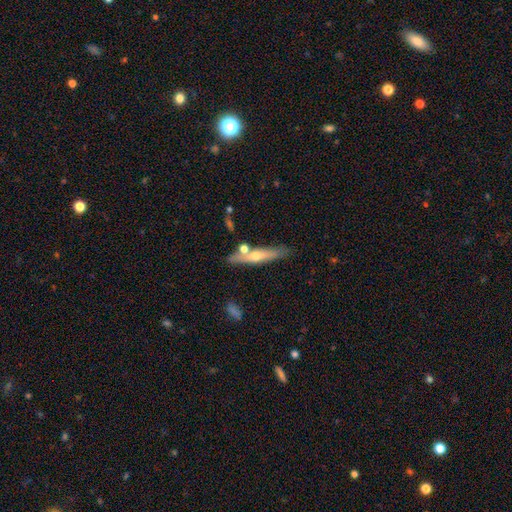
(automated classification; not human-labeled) This is possibly a featured or disk galaxy (53%). It is clearly viewed edge-on (89%). Merging: likely none (75%).